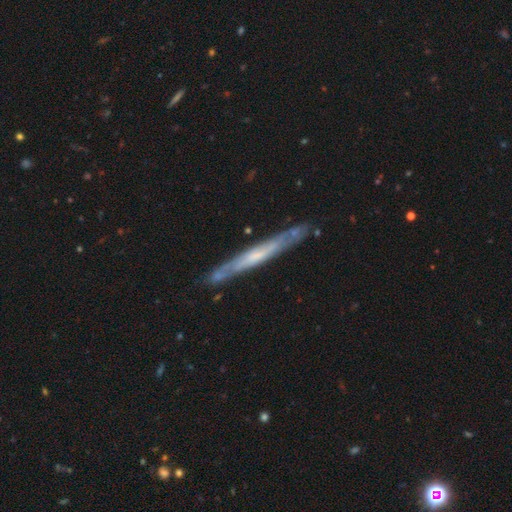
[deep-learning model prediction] This is likely a featured or disk galaxy (65%). It is clearly viewed edge-on (86%). Edge-on bulge: likely none (68%). Merging: clearly none (81%).